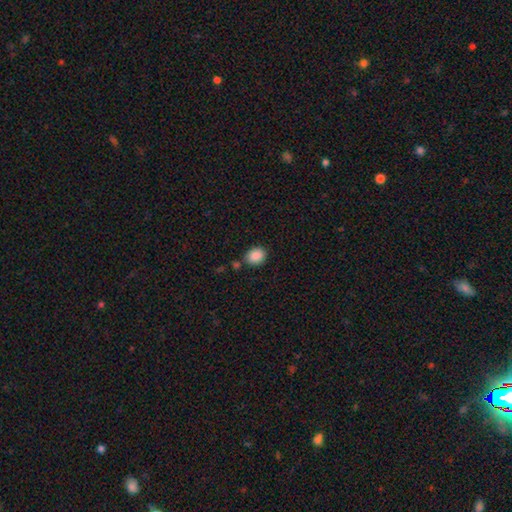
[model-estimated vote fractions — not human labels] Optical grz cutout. It shows a smooth galaxy with no disk features (89%) that is in between round and cigar-shaped (52%). Merging: none (81%).